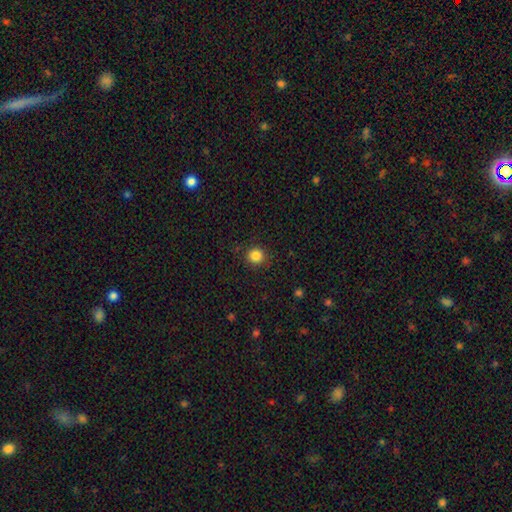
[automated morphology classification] Smooth or featured? Predicted: smooth (p=0.85). How rounded? Predicted: round (p=0.92). Merging? Predicted: none (p=0.90).